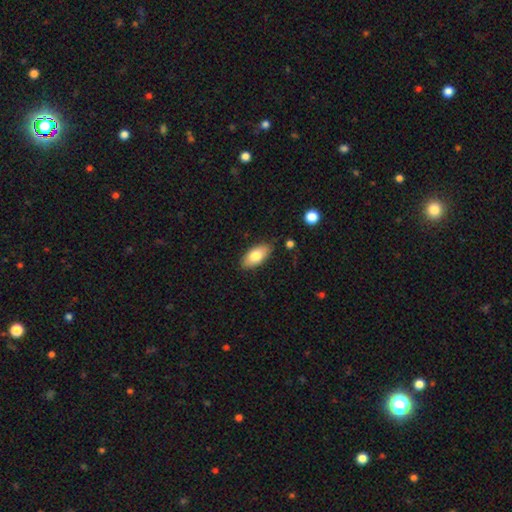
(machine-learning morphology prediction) This appears to be a smooth galaxy with no disk features (76%) that is in between round and cigar-shaped (91%). Merging: none (84%).